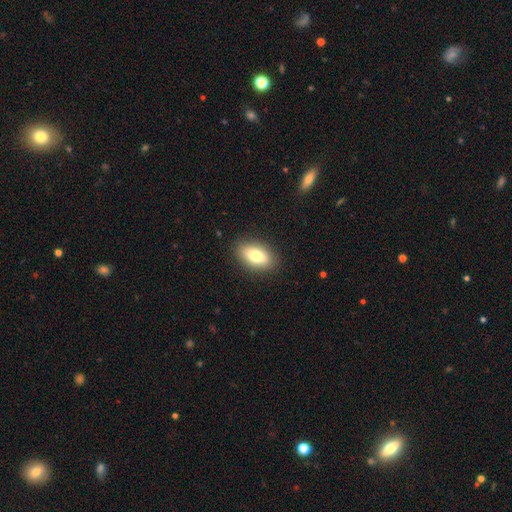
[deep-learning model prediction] A smooth galaxy with no disk features (76%) that is in between round and cigar-shaped (88%). Merging: none (88%).